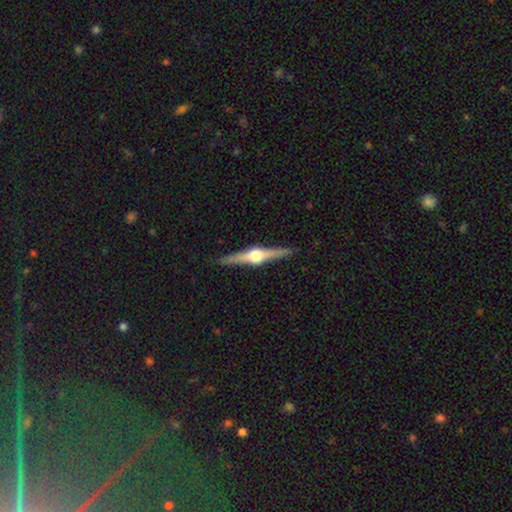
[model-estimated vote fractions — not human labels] A featured or disk galaxy (84%) viewed edge-on (98%) with a rounded central bulge (96%). Merging: none (91%).